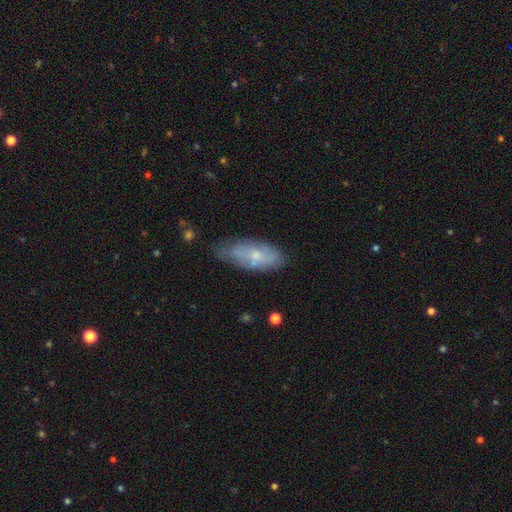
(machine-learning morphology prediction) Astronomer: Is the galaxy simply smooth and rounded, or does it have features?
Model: smooth — 55% (runner-up: featured or disk, 38%).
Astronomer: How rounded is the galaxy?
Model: in between — 81%.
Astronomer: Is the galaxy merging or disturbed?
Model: none — 56% (runner-up: minor disturbance, 31%).